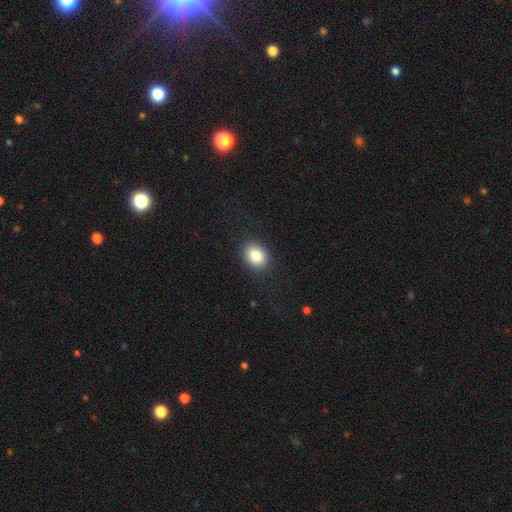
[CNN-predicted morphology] Smooth or featured? smooth (85%)
How rounded? in between (56%)
Merging? none (87%)